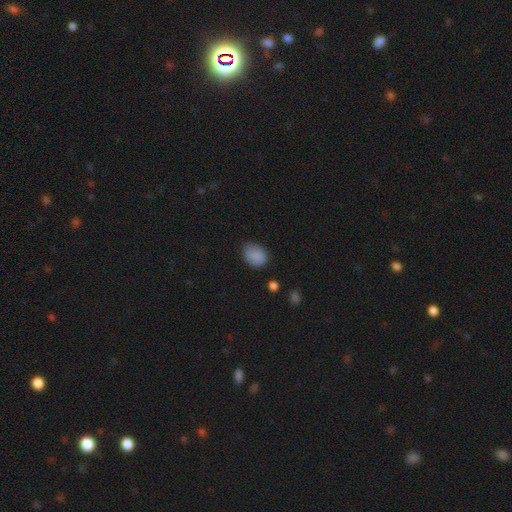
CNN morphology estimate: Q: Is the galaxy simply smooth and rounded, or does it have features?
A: smooth — 86%.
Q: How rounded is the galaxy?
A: in between — 60%.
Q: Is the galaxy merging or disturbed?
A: none — 74%.